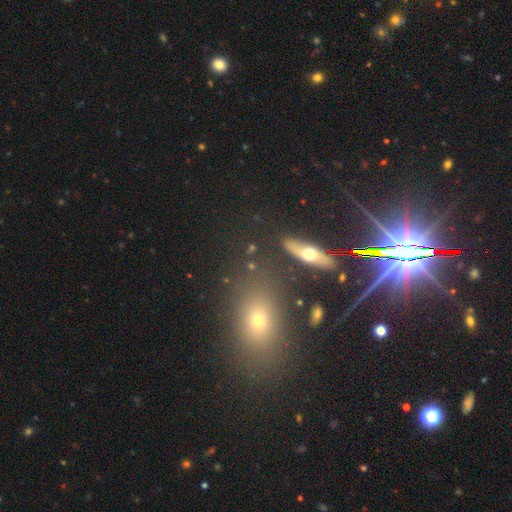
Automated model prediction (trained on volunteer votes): This is possibly a star or artifact rather than a galaxy (48%).